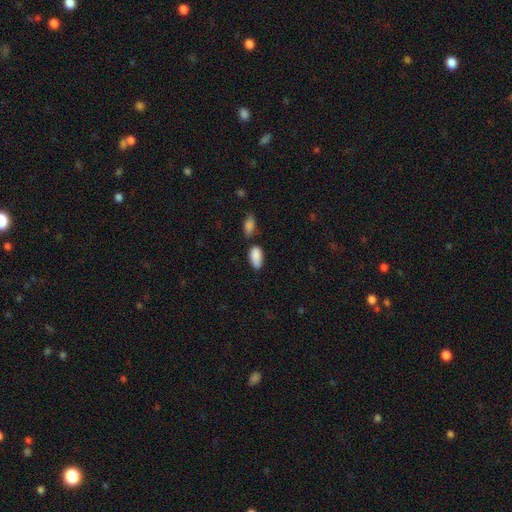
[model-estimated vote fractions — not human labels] Morphology: type=smooth (89%); roundness=in between (93%); merging=none (63%).